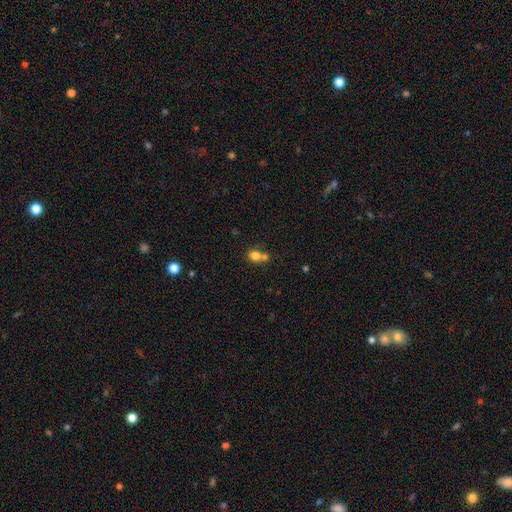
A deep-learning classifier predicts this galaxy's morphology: Smooth or featured? smooth (79%)
How rounded? round (68%)
Merging? merger (44%, tied with none)